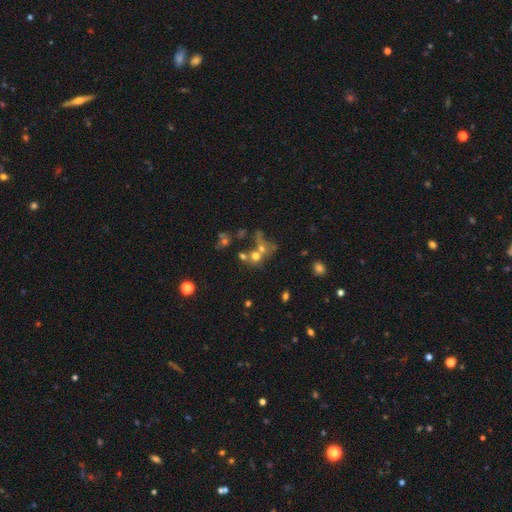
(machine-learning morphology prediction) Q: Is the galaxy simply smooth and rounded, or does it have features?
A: smooth — 49%.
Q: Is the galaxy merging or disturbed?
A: merger — 45%.